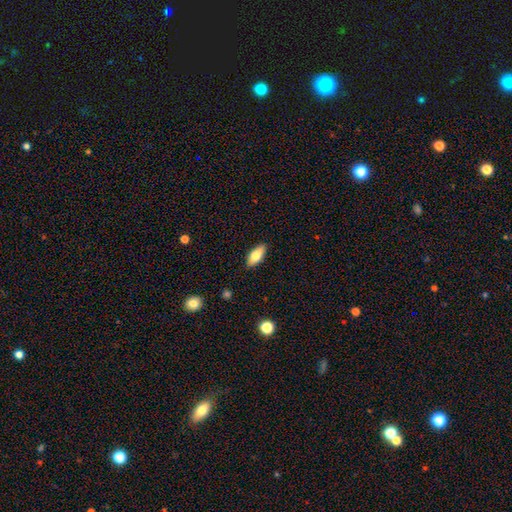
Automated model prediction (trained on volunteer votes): smooth-or-featured: smooth: 75% | featured or disk: 18% | star or artifact: 7%
  how-rounded: in between: 84% | cigar-shaped: 13% | round: 3%
  merging: none: 89% | minor disturbance: 9% | major disturbance: 2% | merger: 1%